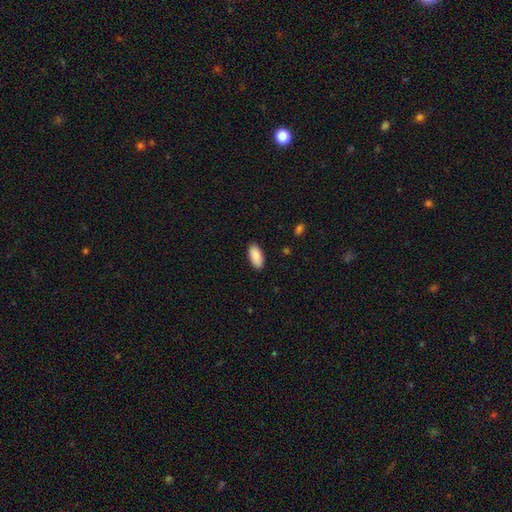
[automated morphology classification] This appears to be a smooth galaxy with no disk features (90%) that is in between round and cigar-shaped (92%). Merging: none (88%).